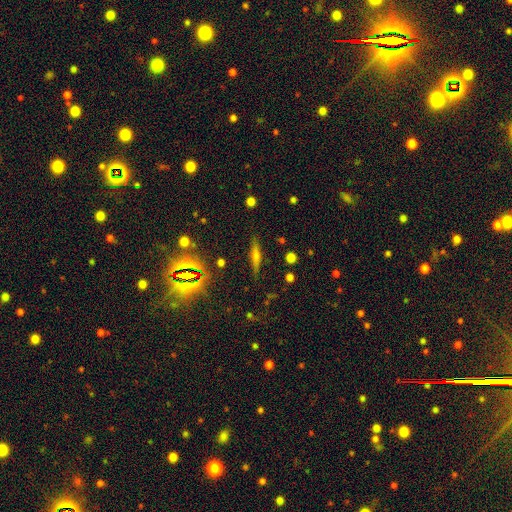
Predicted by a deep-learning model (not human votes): Smooth or featured? Predicted: featured or disk (p=0.44). Merging? Predicted: none (p=0.86).